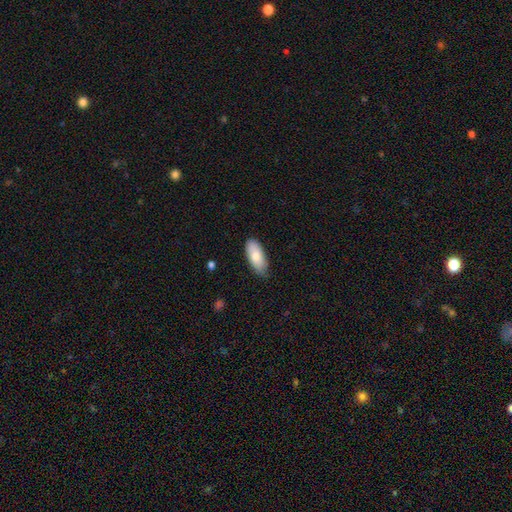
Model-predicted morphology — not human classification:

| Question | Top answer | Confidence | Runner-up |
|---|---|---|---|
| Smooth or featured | smooth | 76% | featured or disk (17%) |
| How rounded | in between | 88% | cigar-shaped (10%) |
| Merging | none | 78% | minor disturbance (18%) |